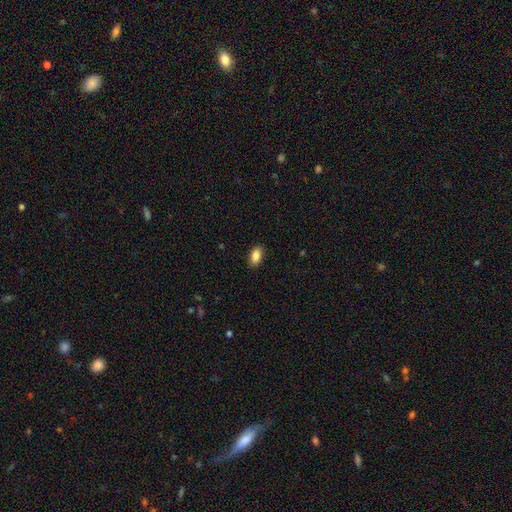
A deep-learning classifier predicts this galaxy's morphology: The model was most divided on "merging": none: 88%, minor disturbance: 9%, major disturbance: 2%, merger: 1%. More confident: how rounded — in between (91%); smooth or featured — smooth (87%).